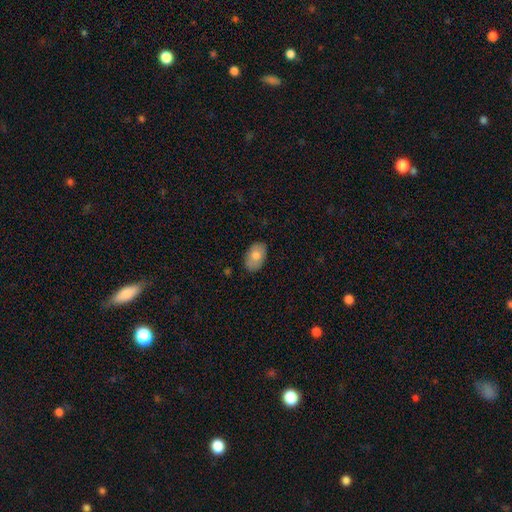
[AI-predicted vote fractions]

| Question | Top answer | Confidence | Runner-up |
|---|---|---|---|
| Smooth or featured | smooth | 78% | featured or disk (15%) |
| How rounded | in between | 90% | round (8%) |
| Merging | none | 82% | minor disturbance (14%) |